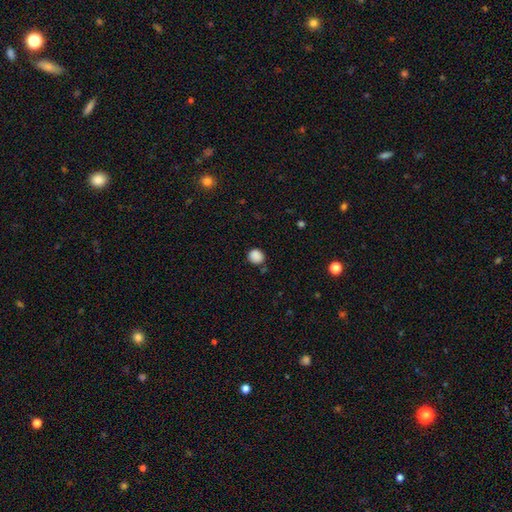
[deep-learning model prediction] Smooth or featured?
  - smooth: 87% *
  - star or artifact: 10%
  - featured or disk: 3%
How rounded?
  - round: 84% *
  - in between: 15%
  - cigar-shaped: 1%
Merging?
  - none: 82% *
  - minor disturbance: 11%
  - merger: 4%
  - major disturbance: 3%